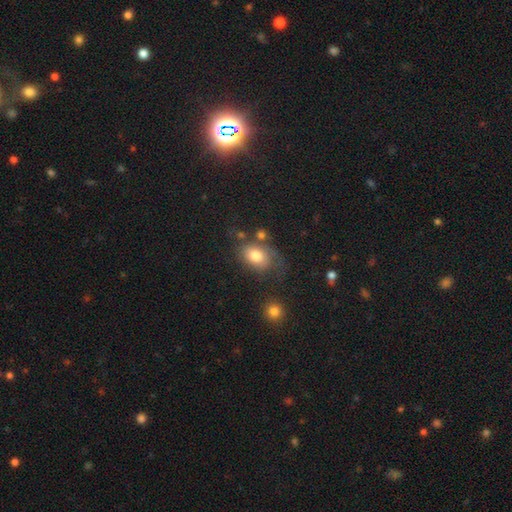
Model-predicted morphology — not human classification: Smooth or featured? smooth (73%)
How rounded? in between (79%)
Merging? none (48%)